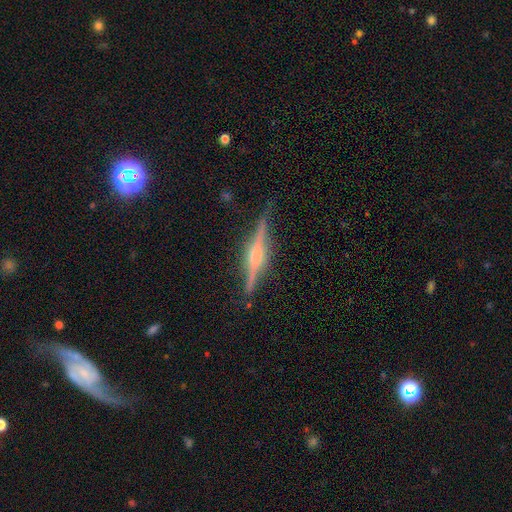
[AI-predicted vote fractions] This appears to be a featured or disk galaxy (85%) viewed edge-on (98%) with a rounded central bulge (84%). Merging: none (88%).